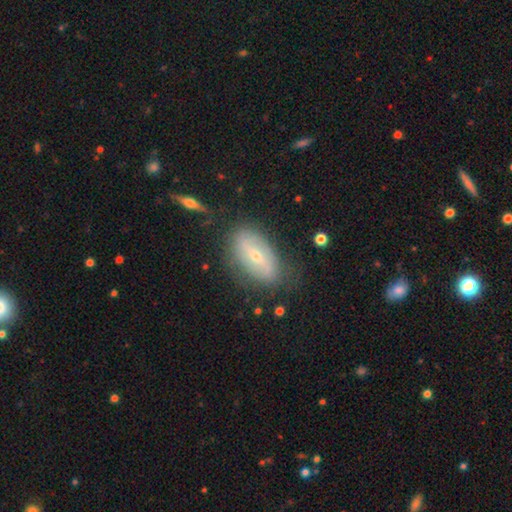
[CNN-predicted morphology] Smooth or featured: featured or disk — 57% (smooth — 35%)
Edge-on disk: no — 85% (yes — 15%)
Merging: none — 74% (minor disturbance — 18%)